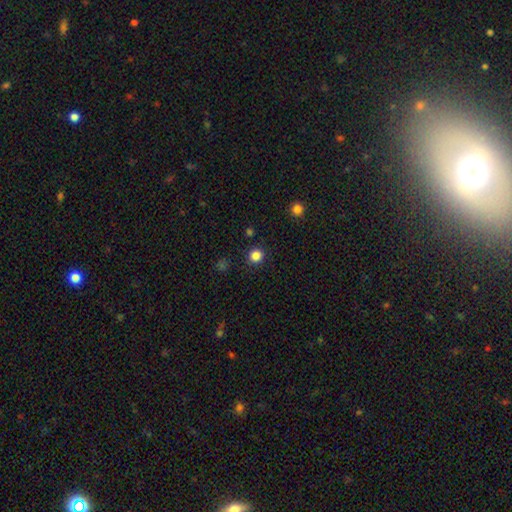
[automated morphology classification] Smooth or featured: smooth — 84% (star or artifact — 13%)
How rounded: round — 92% (in between — 7%)
Merging: none — 91% (minor disturbance — 5%)